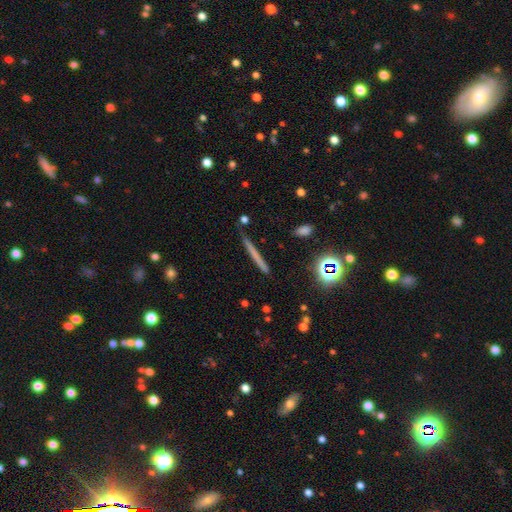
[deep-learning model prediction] Overall: smooth (52%; featured or disk 34%). How rounded: cigar-shaped (95%). Merging: none (88%).